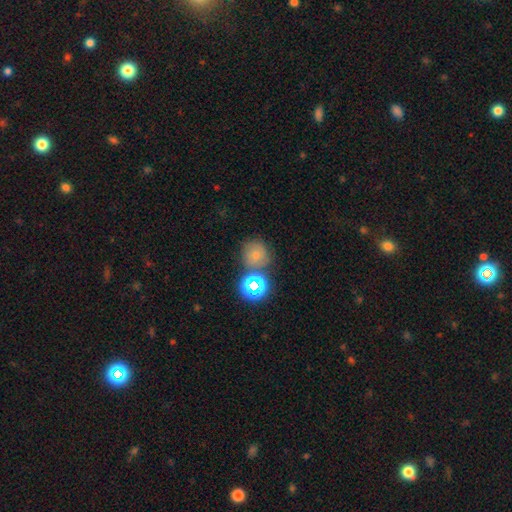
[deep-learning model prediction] Q: Smooth or featured?
A: smooth (62%); runner-up: star or artifact (22%)
Q: How rounded?
A: round (88%); runner-up: in between (11%)
Q: Merging?
A: none (64%); runner-up: merger (17%)